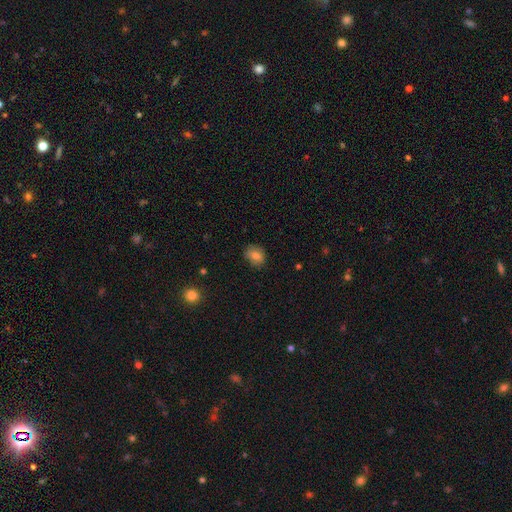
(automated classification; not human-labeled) Smooth or featured? Predicted: smooth (p=0.76). How rounded? Predicted: round (p=0.55). Merging? Predicted: none (p=0.81).